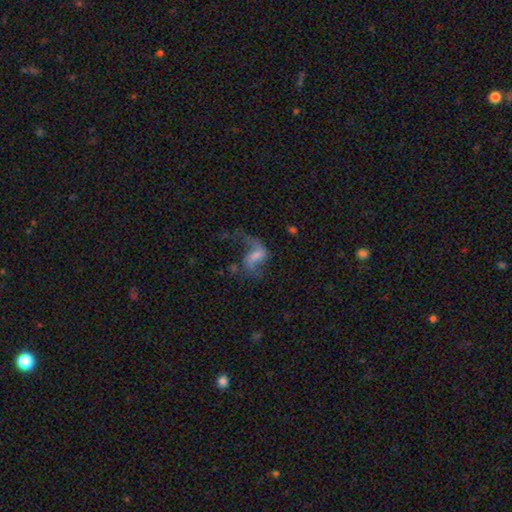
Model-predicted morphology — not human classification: featured or disk 71%, smooth 19%, star or artifact 10%. Down the decision tree: edge-on disk — no (97%); bar — weak (48%); spiral arms — yes (87%); spiral arm count — 2 (78%); spiral winding — loose (79%); bulge size — none (32%); merging — major disturbance (40%).